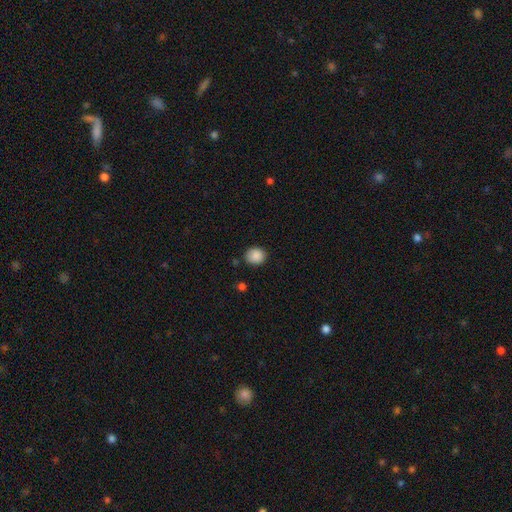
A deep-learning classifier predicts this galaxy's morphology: A smooth galaxy with no disk features (88%) that is round (73%).

Vote fractions:
- Smooth or featured? smooth: 88% / star or artifact: 9% / featured or disk: 3%
- How rounded? round: 73% / in between: 26% / cigar-shaped: 1%
- Merging? none: 84% / minor disturbance: 11% / major disturbance: 3% / merger: 2%